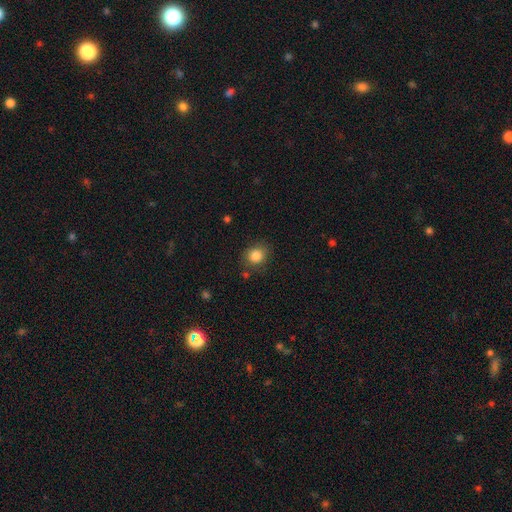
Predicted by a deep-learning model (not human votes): This appears to be a smooth galaxy with no disk features (85%) that is round (73%). Merging: none (81%).